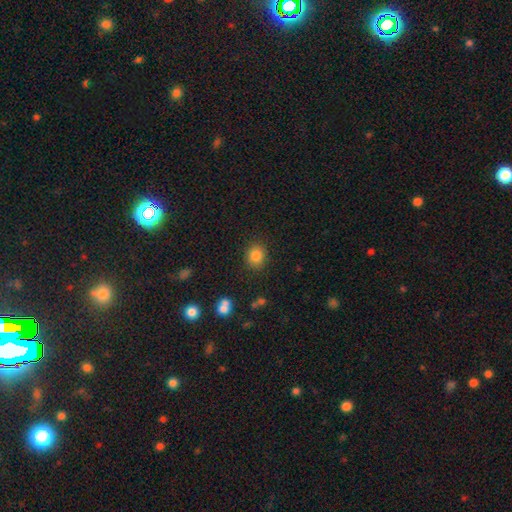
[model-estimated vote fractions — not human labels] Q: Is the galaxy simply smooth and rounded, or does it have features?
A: smooth — 83%.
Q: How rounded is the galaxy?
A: round — 78%.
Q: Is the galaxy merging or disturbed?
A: none — 87%.